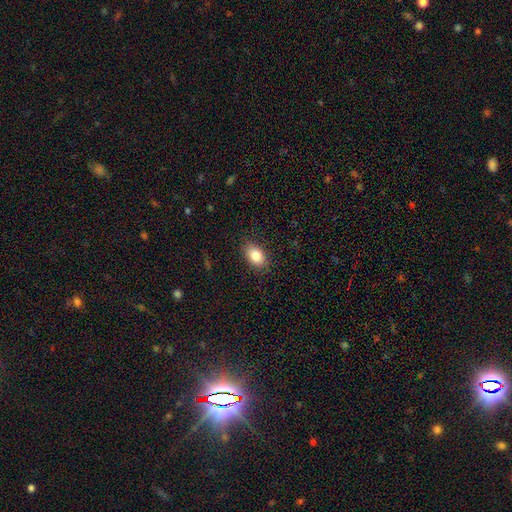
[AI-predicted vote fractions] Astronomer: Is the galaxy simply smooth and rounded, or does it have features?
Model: smooth — 85%.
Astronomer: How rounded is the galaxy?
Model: in between — 85%.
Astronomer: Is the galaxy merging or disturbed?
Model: none — 86%.